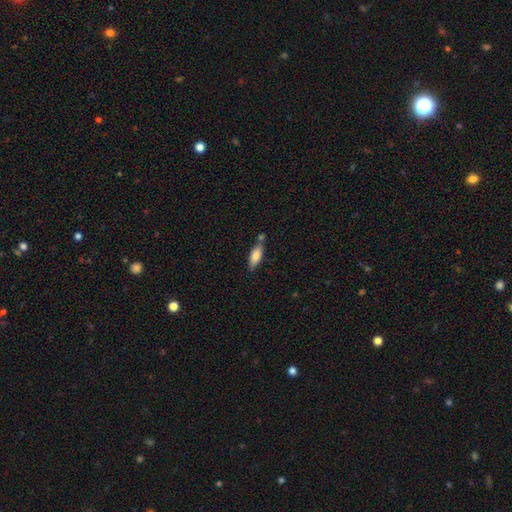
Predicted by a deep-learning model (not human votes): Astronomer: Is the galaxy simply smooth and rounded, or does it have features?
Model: smooth — 81%.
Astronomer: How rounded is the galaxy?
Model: in between — 66%.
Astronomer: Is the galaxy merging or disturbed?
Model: none — 63%.